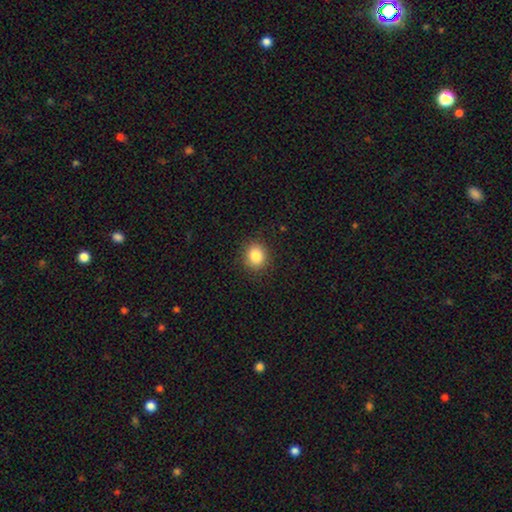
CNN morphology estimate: smooth-or-featured: smooth: 85% | star or artifact: 10% | featured or disk: 5%
  how-rounded: round: 76% | in between: 23% | cigar-shaped: 1%
  merging: none: 89% | minor disturbance: 8% | major disturbance: 2% | merger: 1%